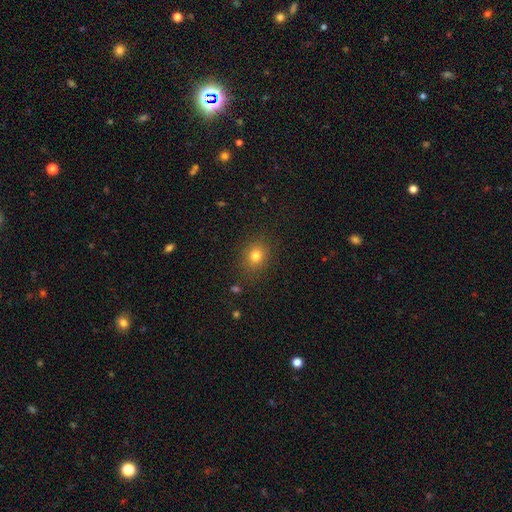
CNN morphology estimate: type=smooth (79%); roundness=round (68%); merging=none (86%).